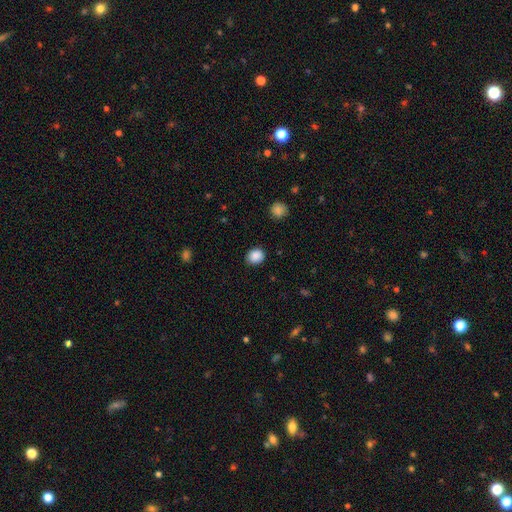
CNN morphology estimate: This is clearly a smooth galaxy (88%). How rounded: likely round (69%). Merging: clearly none (84%).